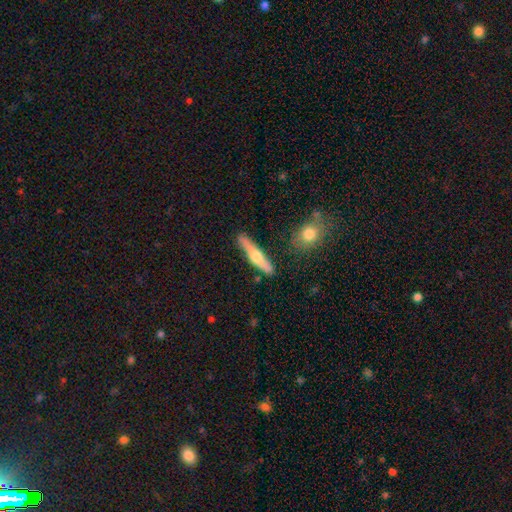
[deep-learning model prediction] A featured or disk galaxy (58%) viewed edge-on (94%) with a rounded central bulge (92%).

Vote fractions:
- Smooth or featured? featured or disk: 58% / smooth: 36% / star or artifact: 7%
- Edge-on disk? yes: 94% / no: 6%
- Edge-on bulge? rounded: 92% / none: 5% / boxy: 3%
- Merging? none: 86% / minor disturbance: 9% / merger: 3% / major disturbance: 2%